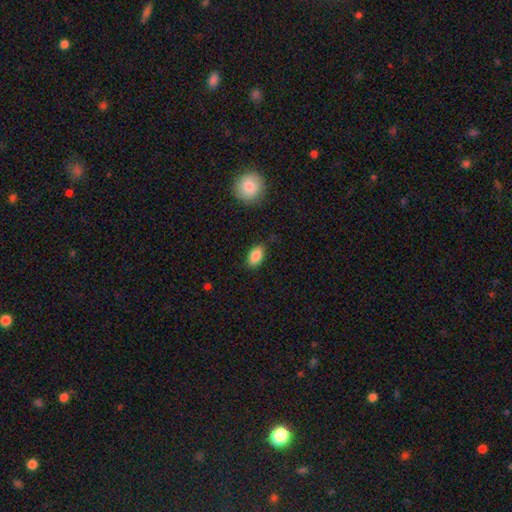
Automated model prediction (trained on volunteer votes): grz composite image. It shows a smooth galaxy with no disk features (86%) that is in between round and cigar-shaped (91%). Merging: none (80%).